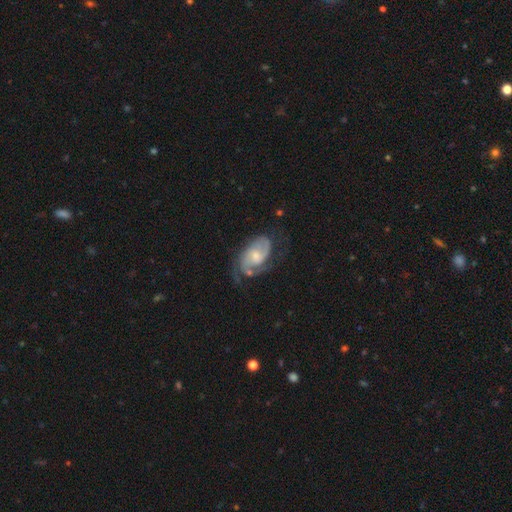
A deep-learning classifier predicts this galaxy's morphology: This is clearly a featured or disk galaxy (82%). It is clearly not viewed edge-on (97%). Bar: possibly no (59%). Spiral arm pattern: clearly yes (95%). Spiral arm count: likely 2 (71%). Spiral winding: possibly medium (46%). Central bulge: possibly small (50%). Merging: possibly none (55%).